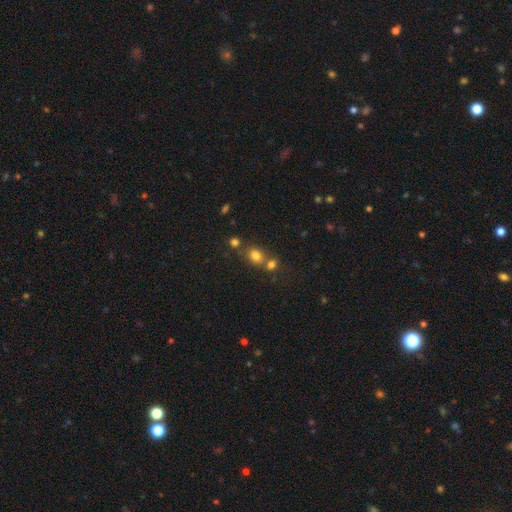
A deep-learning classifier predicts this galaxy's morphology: smooth_or_featured: smooth (p=0.77) [alt: star or artifact p=0.15]
how_rounded: round (p=0.58) [alt: in between p=0.40]
merging: none (p=0.51) [alt: merger p=0.35]